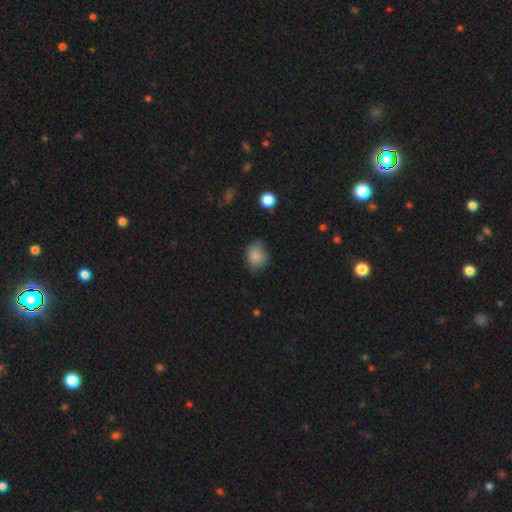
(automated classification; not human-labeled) A smooth galaxy with no disk features (85%) that is round (58%).

Vote fractions:
- Smooth or featured? smooth: 85% / star or artifact: 9% / featured or disk: 5%
- How rounded? round: 58% / in between: 41% / cigar-shaped: 1%
- Merging? none: 74% / minor disturbance: 20% / major disturbance: 4% / merger: 2%